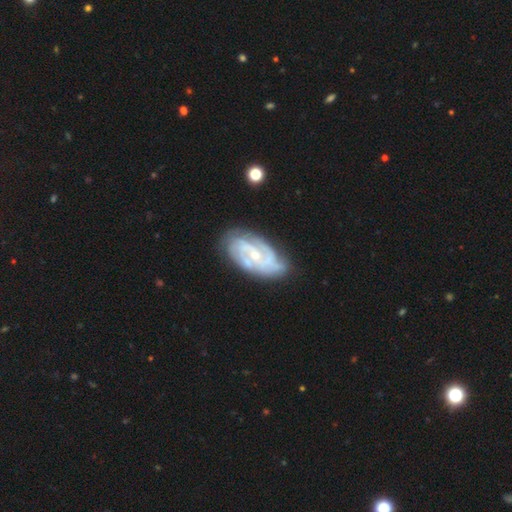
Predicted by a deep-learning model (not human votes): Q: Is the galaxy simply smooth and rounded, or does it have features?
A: featured or disk — 84%.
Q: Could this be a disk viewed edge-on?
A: no — 96%.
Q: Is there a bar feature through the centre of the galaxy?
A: no — 53%.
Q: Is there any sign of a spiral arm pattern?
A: yes — 95%.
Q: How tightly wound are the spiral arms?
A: tight — 54%.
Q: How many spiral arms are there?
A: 2 — 30%.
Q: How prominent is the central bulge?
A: small — 63%.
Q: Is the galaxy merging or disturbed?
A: none — 70%.